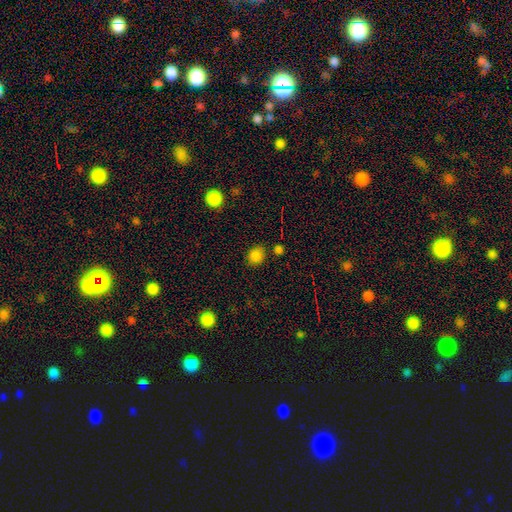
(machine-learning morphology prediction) Q: Smooth or featured?
A: smooth (82%); runner-up: star or artifact (14%)
Q: How rounded?
A: round (71%); runner-up: in between (28%)
Q: Merging?
A: none (80%); runner-up: minor disturbance (12%)